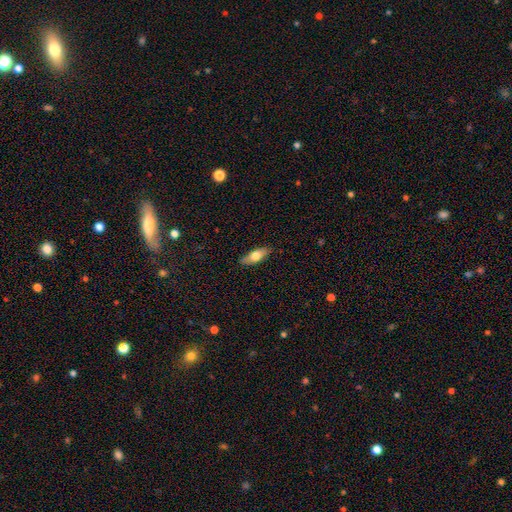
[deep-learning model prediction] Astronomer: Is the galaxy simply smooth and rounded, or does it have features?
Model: smooth — 68%.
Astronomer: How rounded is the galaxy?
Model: in between — 68%.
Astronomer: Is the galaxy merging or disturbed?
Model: none — 85%.